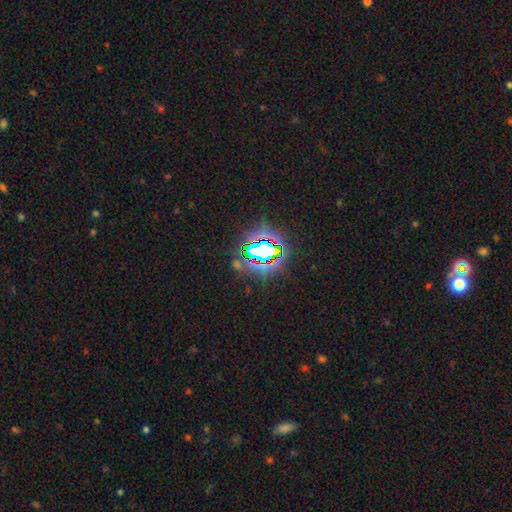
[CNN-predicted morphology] This is clearly a star or artifact rather than a galaxy (82%).